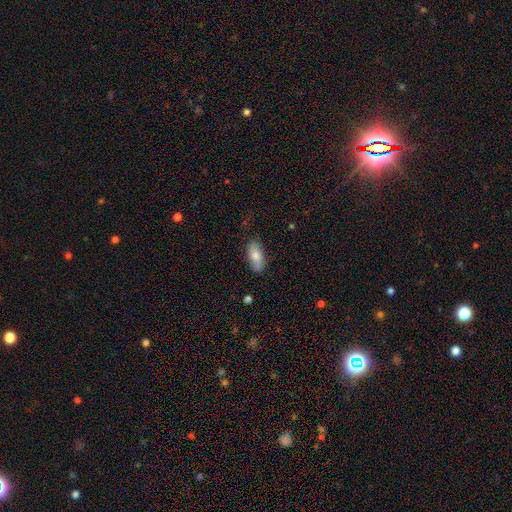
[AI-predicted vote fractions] Smooth or featured? Predicted: smooth (p=0.78). How rounded? Predicted: in between (p=0.87). Merging? Predicted: none (p=0.82).